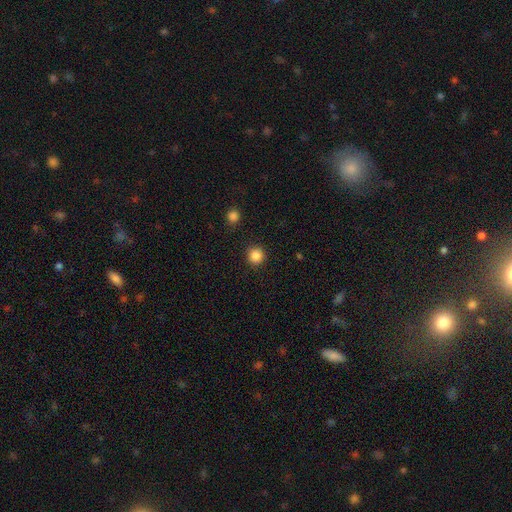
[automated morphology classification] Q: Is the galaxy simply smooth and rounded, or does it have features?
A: smooth — 85%.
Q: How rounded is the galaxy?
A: round — 95%.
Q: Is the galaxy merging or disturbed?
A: none — 92%.